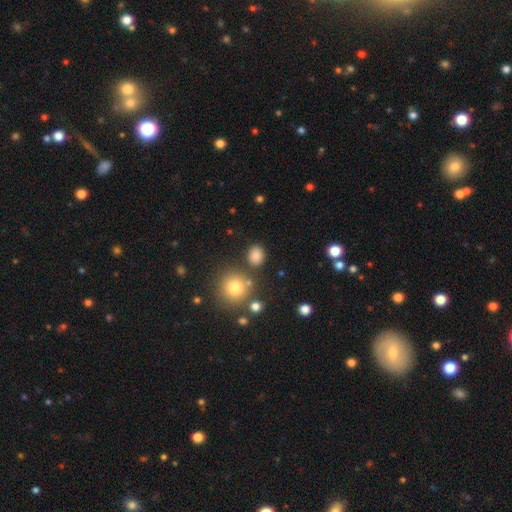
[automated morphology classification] The model was most divided on "how rounded": round: 64%, in between: 35%, cigar-shaped: 1%. More confident: smooth or featured — smooth (82%); merging — none (81%).